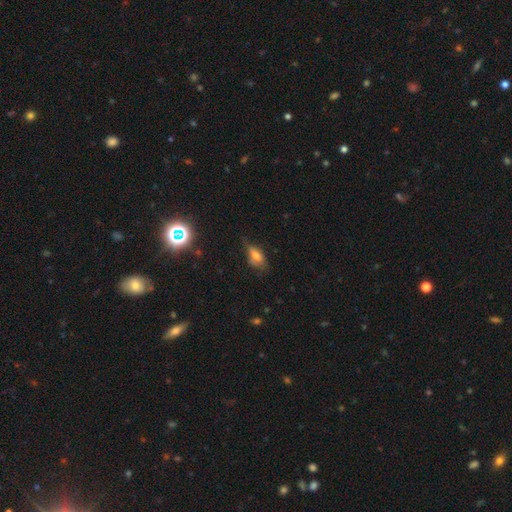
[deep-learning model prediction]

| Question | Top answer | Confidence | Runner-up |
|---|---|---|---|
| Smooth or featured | smooth | 64% | featured or disk (21%) |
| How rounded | in between | 85% | cigar-shaped (9%) |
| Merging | none | 45% | minor disturbance (36%) |